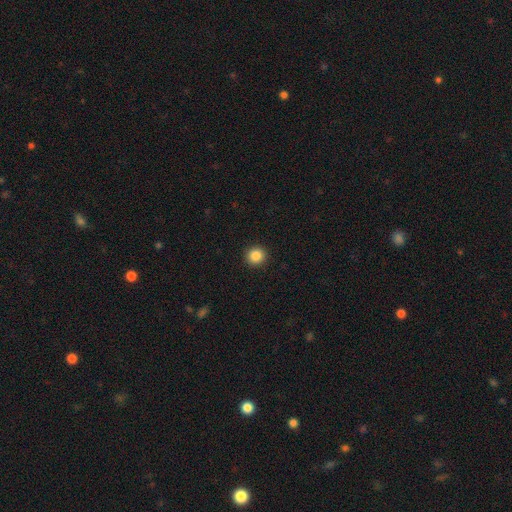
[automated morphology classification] The model was most divided on "smooth or featured": smooth: 86%, star or artifact: 10%, featured or disk: 4%. More confident: merging — none (93%); how rounded — round (92%).